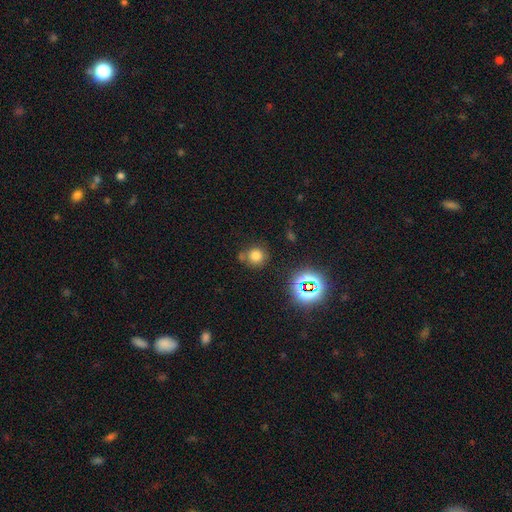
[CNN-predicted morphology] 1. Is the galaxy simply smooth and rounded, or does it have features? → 72% smooth, 20% star or artifact, 8% featured or disk.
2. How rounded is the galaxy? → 89% round, 10% in between, 1% cigar-shaped.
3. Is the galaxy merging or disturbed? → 68% none, 15% minor disturbance, 12% merger, 5% major disturbance.